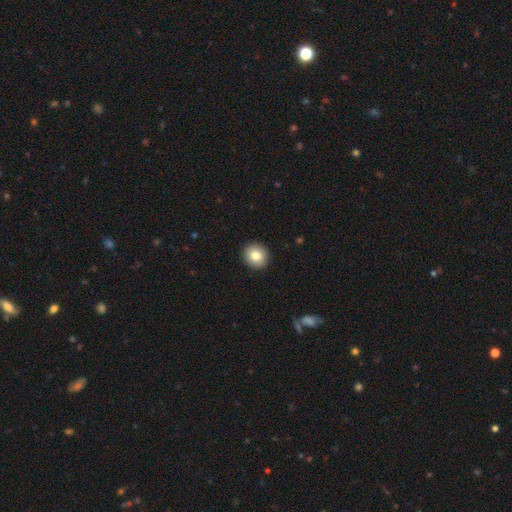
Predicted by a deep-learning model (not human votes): This appears to be a smooth galaxy with no disk features (83%) that is round (79%). Merging: none (92%).